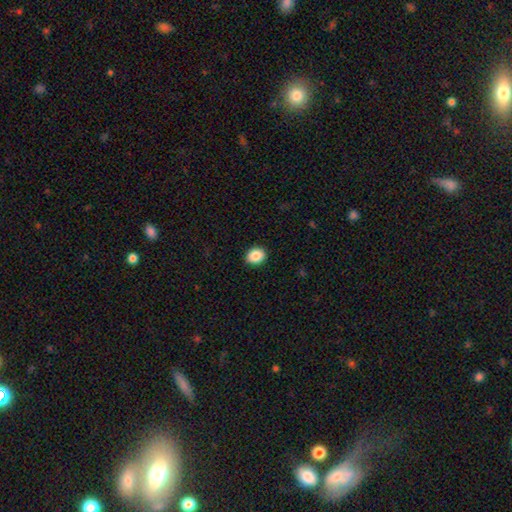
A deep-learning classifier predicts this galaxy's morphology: This is clearly a smooth galaxy (88%). How rounded: possibly in between (50%). Merging: clearly none (91%).